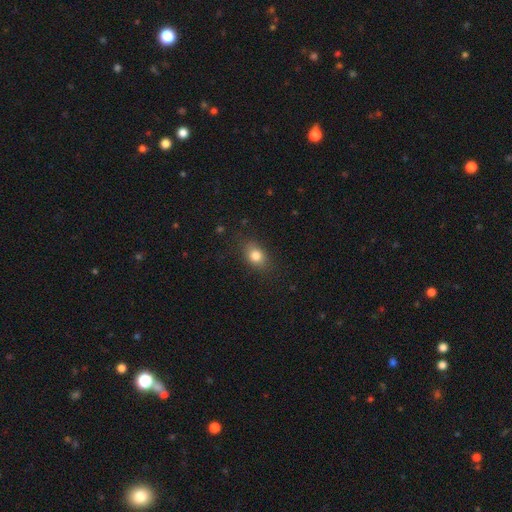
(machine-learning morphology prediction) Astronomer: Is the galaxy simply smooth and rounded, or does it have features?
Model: smooth — 81%.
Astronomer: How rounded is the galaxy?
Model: in between — 70%.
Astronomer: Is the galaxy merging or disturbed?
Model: none — 82%.